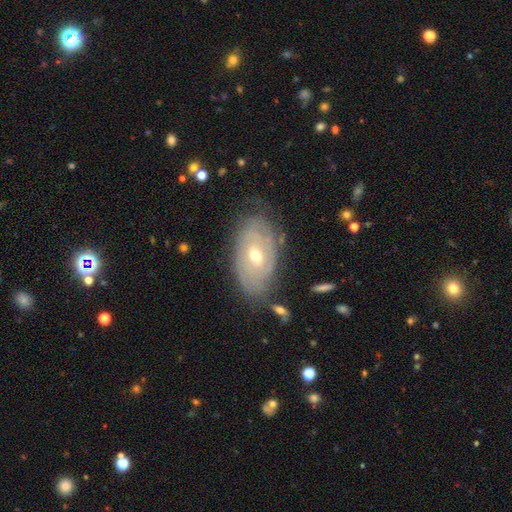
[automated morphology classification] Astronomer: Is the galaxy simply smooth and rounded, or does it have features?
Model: featured or disk — 69%.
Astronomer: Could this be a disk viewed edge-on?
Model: no — 92%.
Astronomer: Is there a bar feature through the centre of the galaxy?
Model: no — 56% (runner-up: weak, 36%).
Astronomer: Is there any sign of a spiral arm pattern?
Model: yes — 74%.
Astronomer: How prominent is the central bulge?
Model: moderate — 55% (runner-up: small, 42%).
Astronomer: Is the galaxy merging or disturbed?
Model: none — 68%.